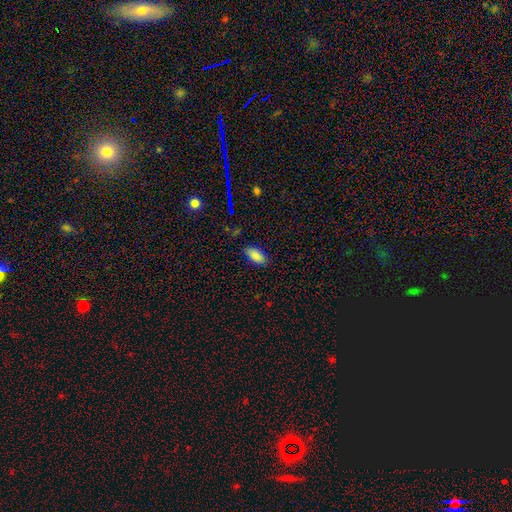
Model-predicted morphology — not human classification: type=smooth (86%); roundness=in between (91%); merging=none (85%).